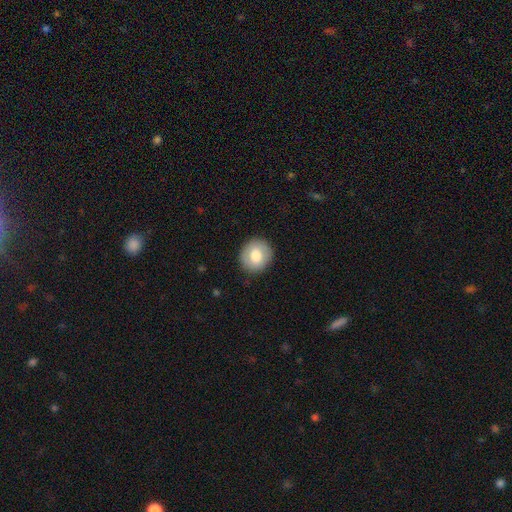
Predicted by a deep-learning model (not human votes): A smooth galaxy with no disk features (72%) that is round (85%).

Vote fractions:
- Smooth or featured? smooth: 72% / featured or disk: 21% / star or artifact: 7%
- How rounded? round: 85% / in between: 14% / cigar-shaped: 1%
- Merging? none: 89% / minor disturbance: 8% / major disturbance: 2% / merger: 1%